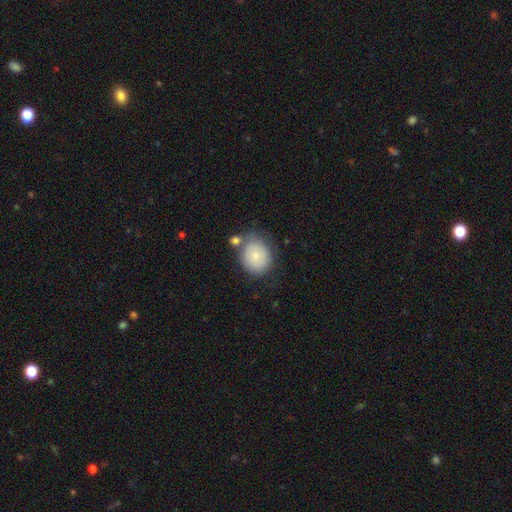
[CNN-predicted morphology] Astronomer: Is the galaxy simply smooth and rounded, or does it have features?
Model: smooth — 79%.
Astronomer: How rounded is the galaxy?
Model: round — 62% (runner-up: in between, 38%).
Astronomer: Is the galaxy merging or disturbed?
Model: none — 62%.